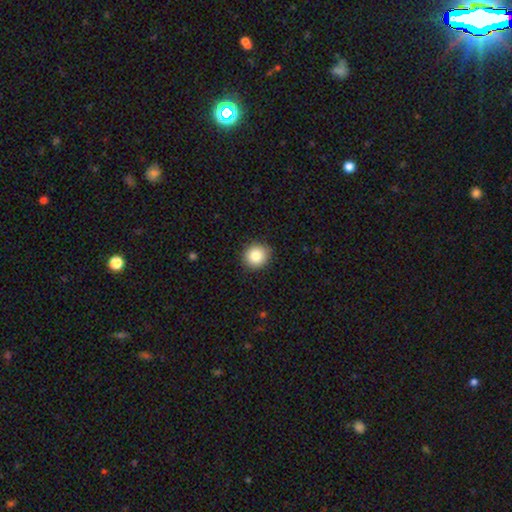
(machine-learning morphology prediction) This appears to be a smooth galaxy with no disk features (84%) that is round (87%). Merging: none (89%).